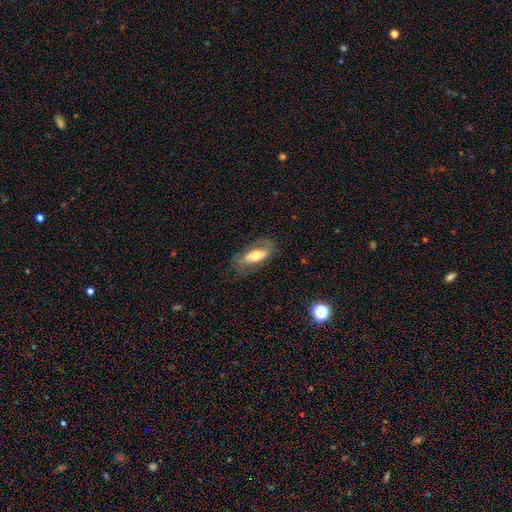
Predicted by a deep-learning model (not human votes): Smooth or featured? Predicted: featured or disk (p=0.48). Merging? Predicted: none (p=0.68).